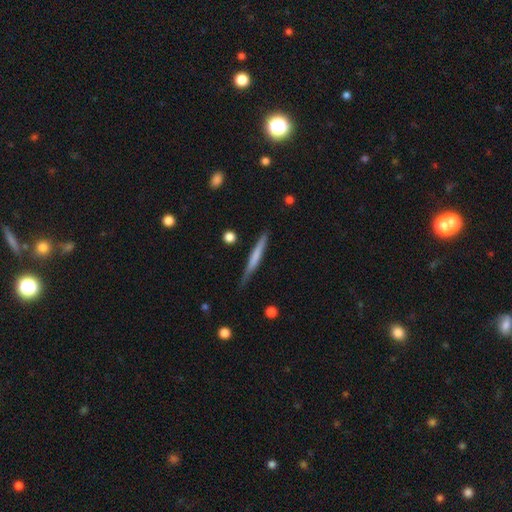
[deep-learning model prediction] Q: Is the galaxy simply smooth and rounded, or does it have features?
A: smooth — 54%.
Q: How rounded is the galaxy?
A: cigar-shaped — 96%.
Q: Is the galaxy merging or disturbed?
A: none — 81%.